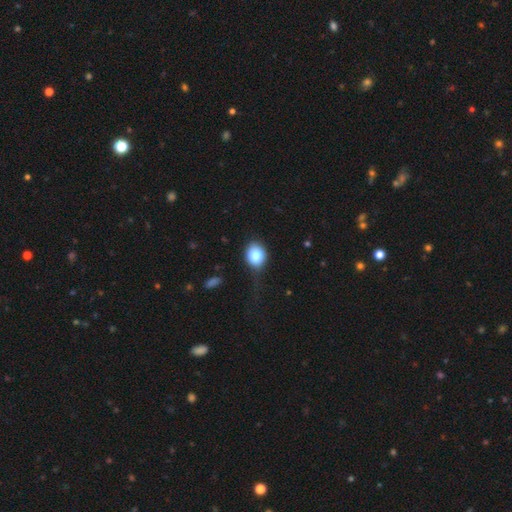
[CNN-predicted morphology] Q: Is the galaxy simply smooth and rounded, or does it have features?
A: smooth — 84%.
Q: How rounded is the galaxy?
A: round — 51%.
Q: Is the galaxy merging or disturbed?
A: none — 57%.